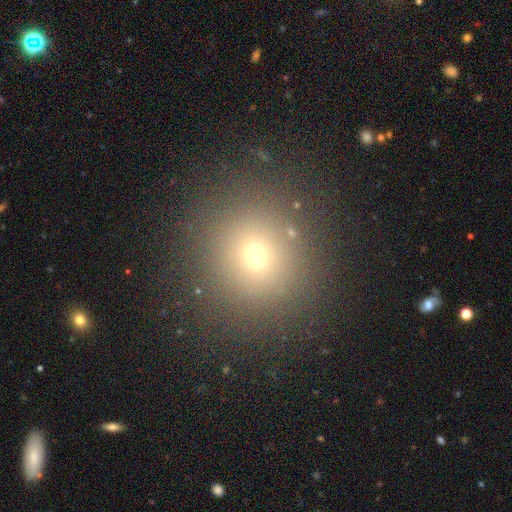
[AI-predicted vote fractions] The model was most divided on "smooth or featured": smooth: 67%, star or artifact: 23%, featured or disk: 10%. More confident: how rounded — round (88%); merging — none (85%).